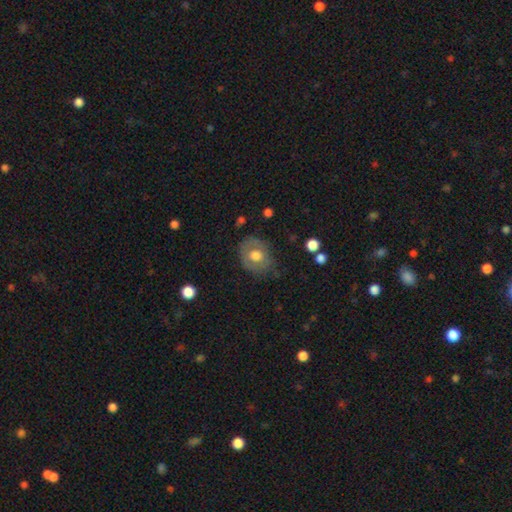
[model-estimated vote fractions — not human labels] Morphology: type=smooth (59%); roundness=round (59%); merging=none (66%).